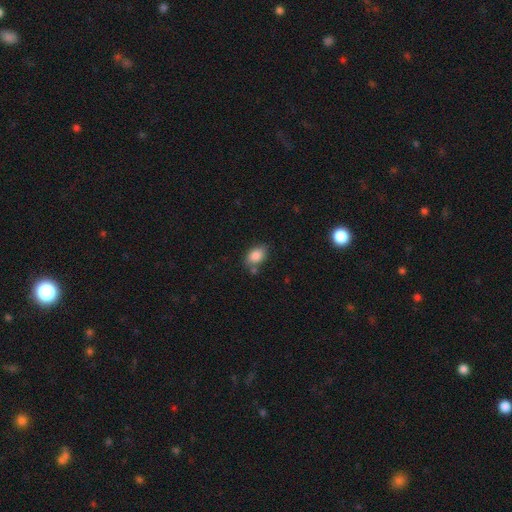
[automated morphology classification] The model was most divided on "merging": none: 69%, minor disturbance: 18%, merger: 9%, major disturbance: 4%. More confident: smooth or featured — smooth (85%); how rounded — in between (84%).